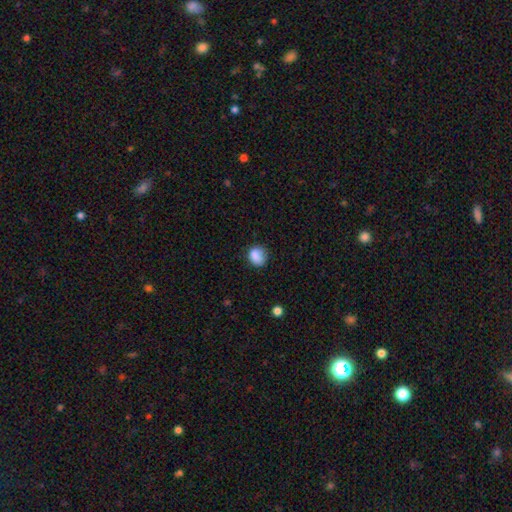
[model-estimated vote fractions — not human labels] A smooth galaxy with no disk features (86%) that is round (66%). Merging: none (68%).